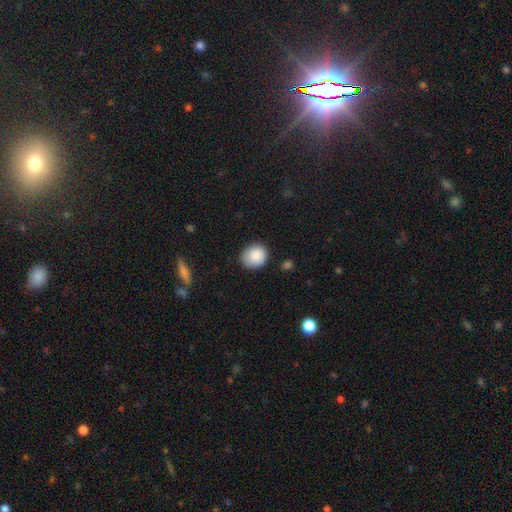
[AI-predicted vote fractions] smooth-or-featured: smooth: 86% | star or artifact: 8% | featured or disk: 6%
  how-rounded: round: 71% | in between: 29% | cigar-shaped: 1%
  merging: none: 79% | minor disturbance: 16% | major disturbance: 3% | merger: 2%